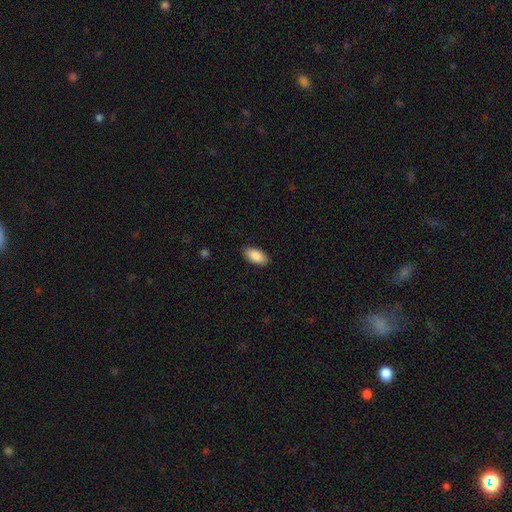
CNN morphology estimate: smooth-or-featured: smooth: 88% | star or artifact: 6% | featured or disk: 6%
  how-rounded: in between: 93% | cigar-shaped: 4% | round: 2%
  merging: none: 88% | minor disturbance: 9% | major disturbance: 2% | merger: 1%